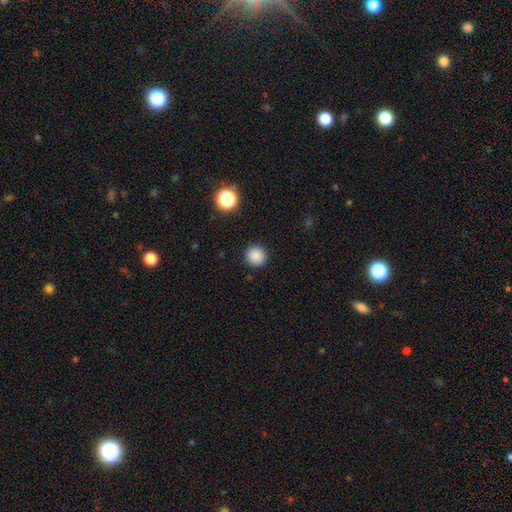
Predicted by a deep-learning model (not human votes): Morphology: type=smooth (87%); roundness=round (94%); merging=none (91%).